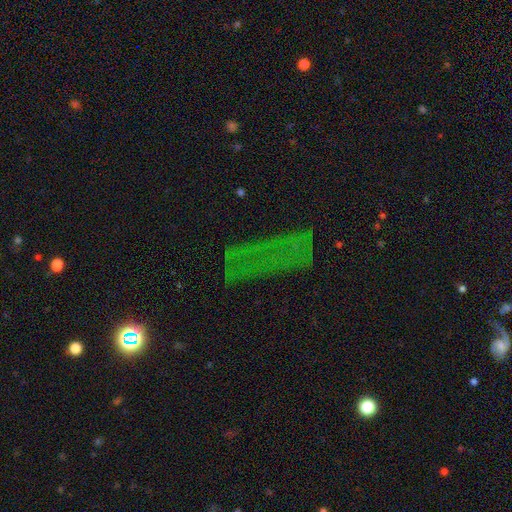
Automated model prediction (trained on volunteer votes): smooth-or-featured: star or artifact: 47% | smooth: 30% | featured or disk: 22%